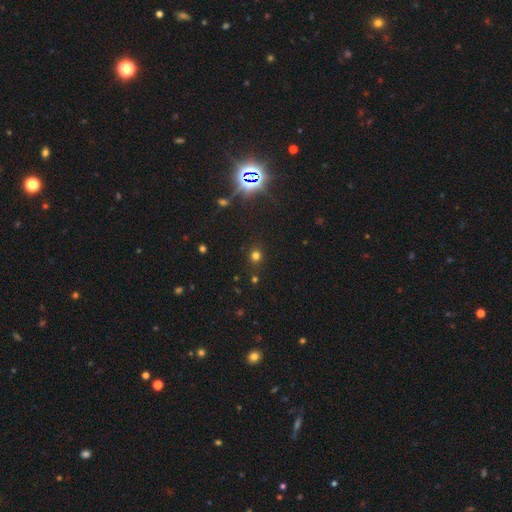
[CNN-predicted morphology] Smooth or featured?
  - smooth: 68% *
  - star or artifact: 26%
  - featured or disk: 6%
How rounded?
  - round: 88% *
  - in between: 10%
  - cigar-shaped: 1%
Merging?
  - none: 87% *
  - minor disturbance: 7%
  - major disturbance: 3%
  - merger: 2%